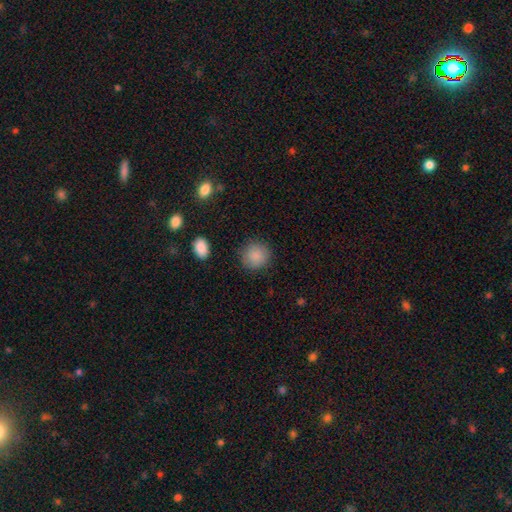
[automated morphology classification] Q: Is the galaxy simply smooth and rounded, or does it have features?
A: smooth — 87%.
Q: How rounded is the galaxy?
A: round — 90%.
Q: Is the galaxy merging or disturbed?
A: none — 88%.